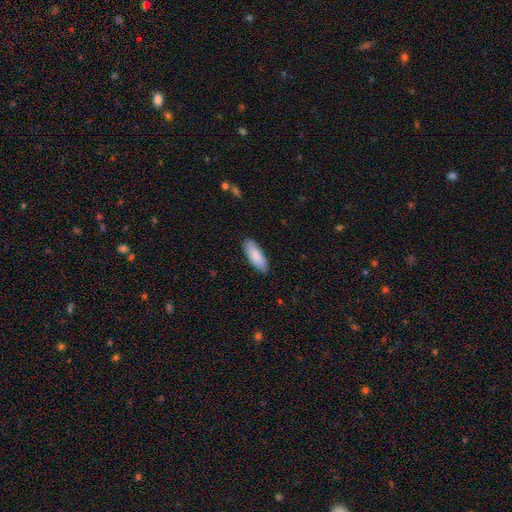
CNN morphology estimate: smooth 87%, featured or disk 8%, star or artifact 5%. Down the decision tree: how rounded — in between (69%); merging — none (86%).